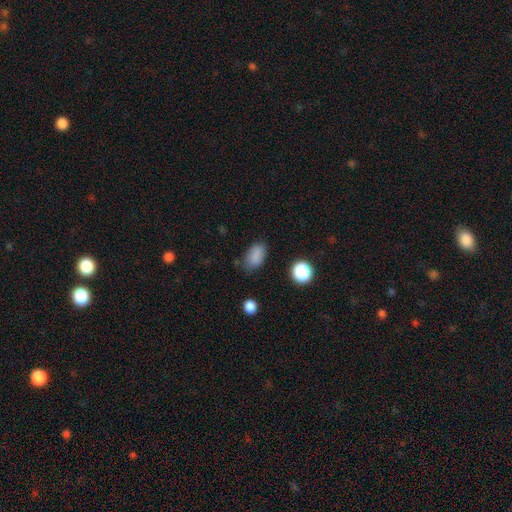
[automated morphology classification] A smooth galaxy with no disk features (85%) that is in between round and cigar-shaped (89%).

Vote fractions:
- Smooth or featured? smooth: 85% / star or artifact: 10% / featured or disk: 5%
- How rounded? in between: 89% / round: 9% / cigar-shaped: 2%
- Merging? none: 74% / minor disturbance: 18% / major disturbance: 5% / merger: 2%